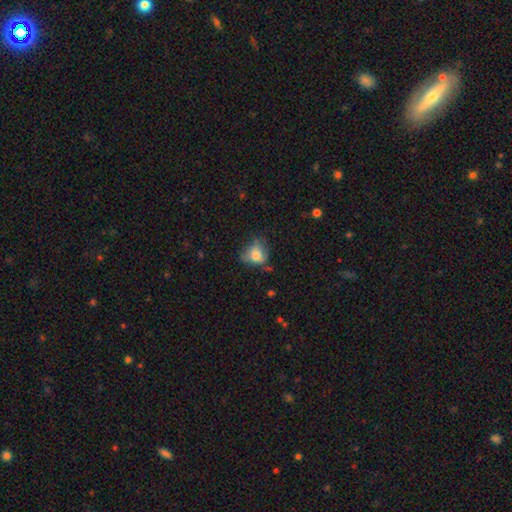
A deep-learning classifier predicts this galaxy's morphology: smooth_or_featured: smooth (p=0.71) [alt: featured or disk p=0.18]
how_rounded: round (p=0.53) [alt: in between p=0.46]
merging: none (p=0.46) [alt: minor disturbance p=0.33]